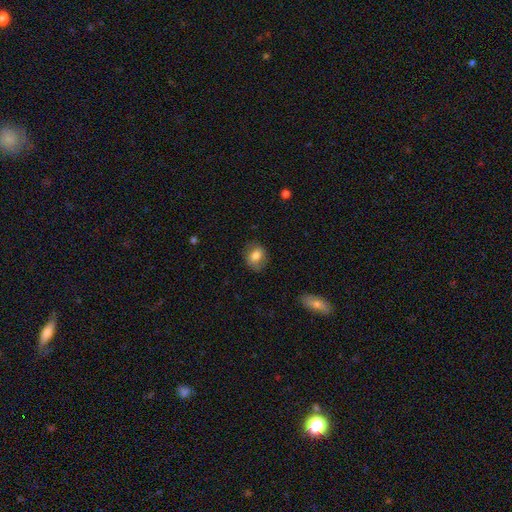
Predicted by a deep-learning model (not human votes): A smooth galaxy with no disk features (76%) that is in between round and cigar-shaped (58%).

Vote fractions:
- Smooth or featured? smooth: 76% / featured or disk: 16% / star or artifact: 8%
- How rounded? in between: 58% / round: 41% / cigar-shaped: 1%
- Merging? none: 79% / minor disturbance: 15% / major disturbance: 5% / merger: 1%